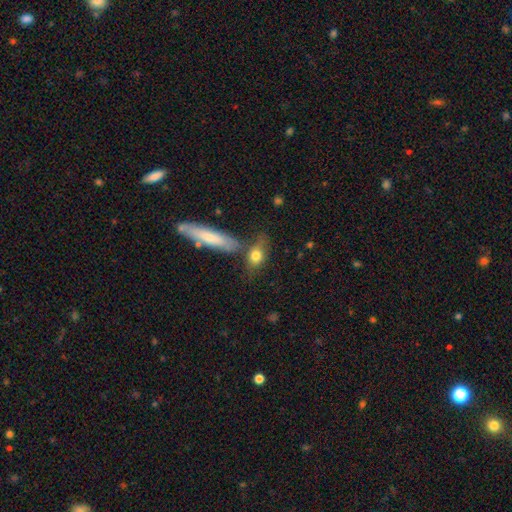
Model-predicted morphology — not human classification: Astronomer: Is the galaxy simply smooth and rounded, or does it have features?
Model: smooth — 74%.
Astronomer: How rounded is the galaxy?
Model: in between — 52%.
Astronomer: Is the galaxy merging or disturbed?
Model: none — 55%.